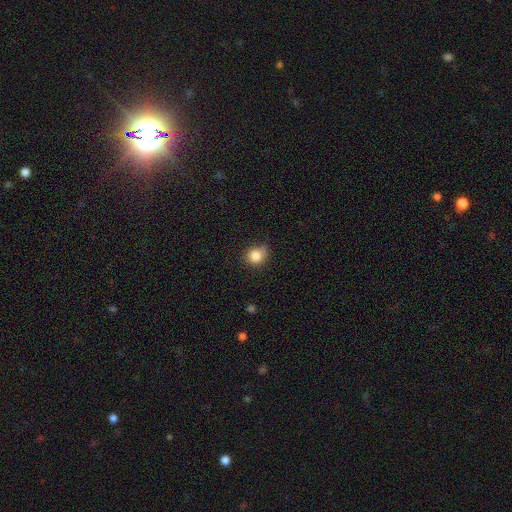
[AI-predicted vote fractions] Smooth or featured? smooth (83%)
How rounded? round (73%)
Merging? none (61%)